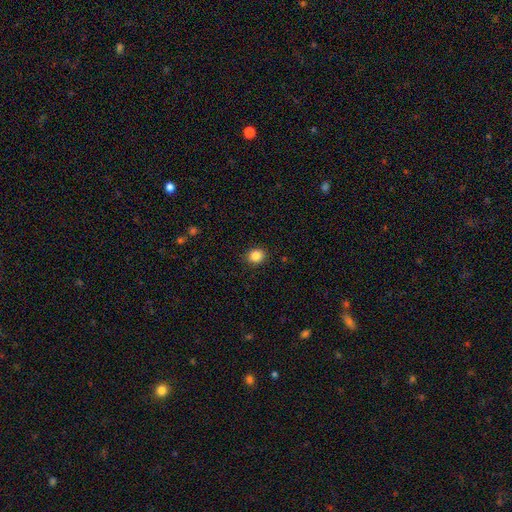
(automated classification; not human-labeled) This appears to be a smooth galaxy with no disk features (86%) that is round (70%). Merging: none (90%).